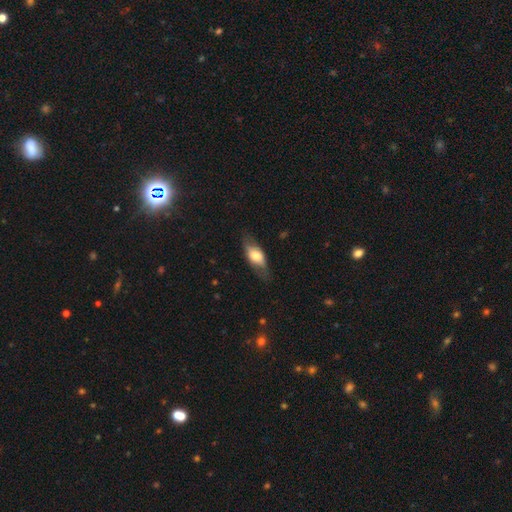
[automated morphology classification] Smooth or featured?
  - smooth: 58% *
  - featured or disk: 36%
  - star or artifact: 7%
How rounded?
  - in between: 75% *
  - cigar-shaped: 20%
  - round: 5%
Merging?
  - none: 76% *
  - minor disturbance: 17%
  - major disturbance: 6%
  - merger: 1%